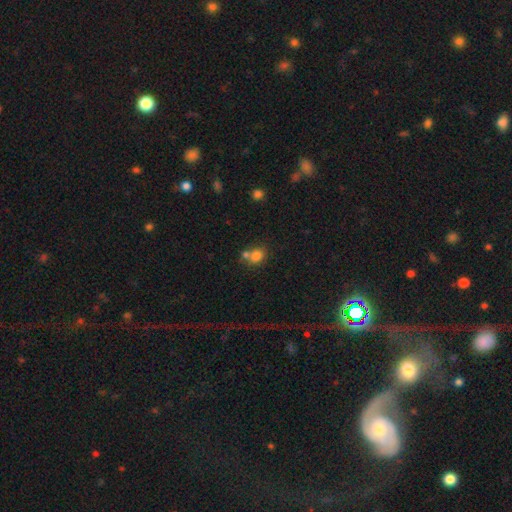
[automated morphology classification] Smooth or featured?
  - smooth: 78% *
  - star or artifact: 12%
  - featured or disk: 10%
How rounded?
  - round: 65% *
  - in between: 33%
  - cigar-shaped: 1%
Merging?
  - none: 44% *
  - merger: 41%
  - minor disturbance: 10%
  - major disturbance: 4%